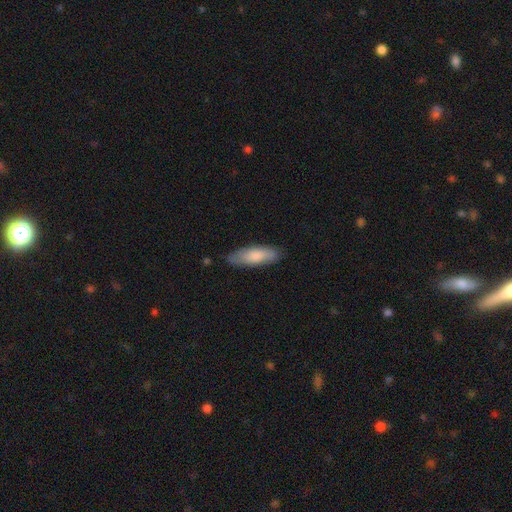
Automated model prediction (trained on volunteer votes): Q: Smooth or featured?
A: smooth (79%); runner-up: featured or disk (16%)
Q: How rounded?
A: in between (56%); runner-up: cigar-shaped (42%)
Q: Merging?
A: none (79%); runner-up: minor disturbance (17%)